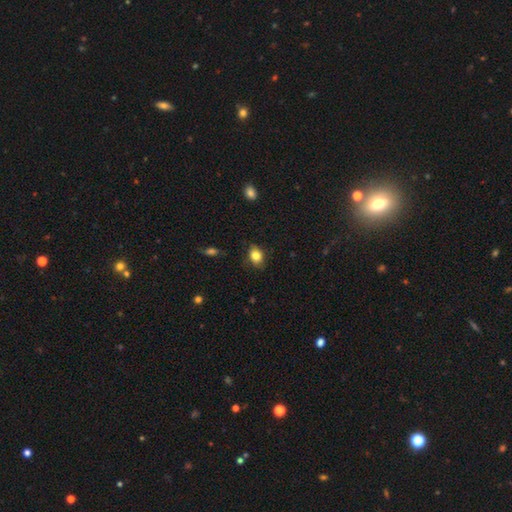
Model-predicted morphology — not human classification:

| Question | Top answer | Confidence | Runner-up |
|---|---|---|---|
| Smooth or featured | smooth | 84% | star or artifact (9%) |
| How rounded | in between | 66% | round (33%) |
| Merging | none | 78% | minor disturbance (18%) |